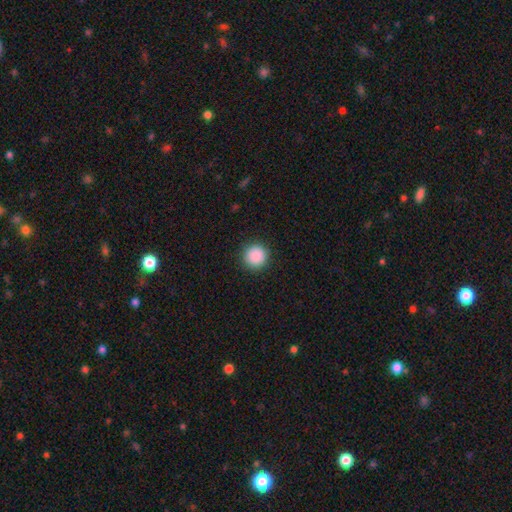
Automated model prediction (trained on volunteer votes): This appears to be a smooth galaxy with no disk features (89%) that is round (96%). Merging: none (92%).